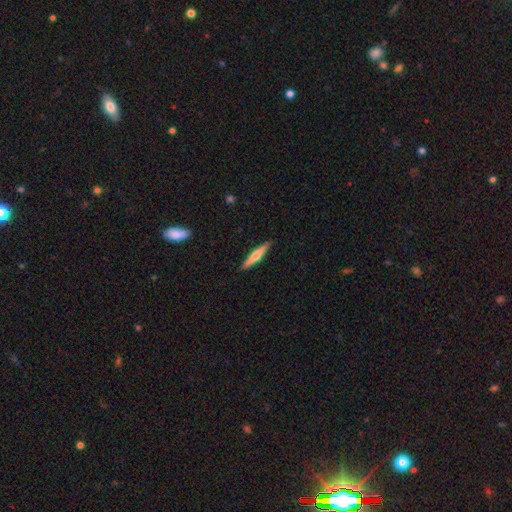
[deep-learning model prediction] Smooth or featured? Predicted: smooth (p=0.56). How rounded? Predicted: cigar-shaped (p=0.90). Merging? Predicted: none (p=0.90).